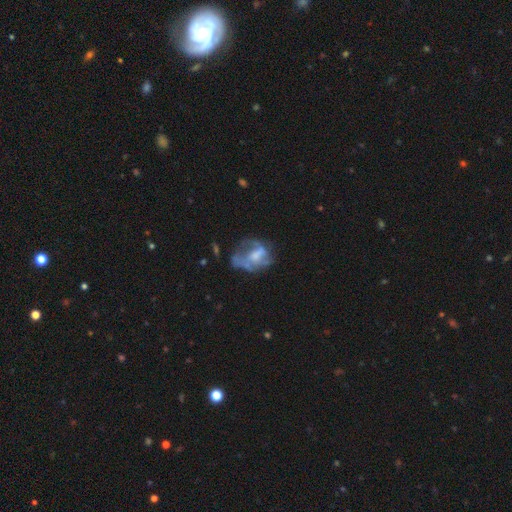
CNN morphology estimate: This is possibly a featured or disk galaxy (55%). It is clearly not viewed edge-on (97%). Bar: likely no (65%). Spiral arm pattern: likely no (72%). Central bulge: marginally none (34%). Merging: marginally major disturbance (40%).